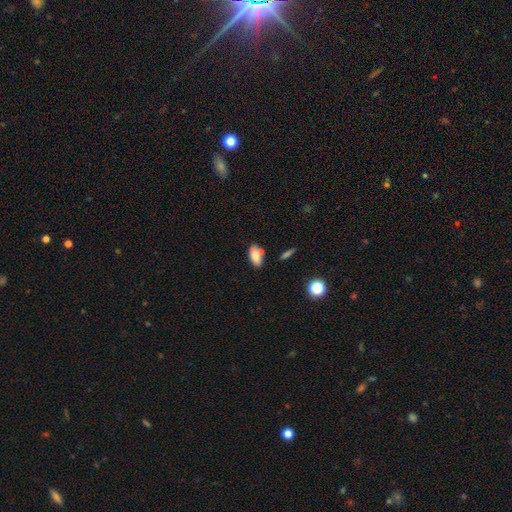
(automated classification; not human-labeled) This appears to be a smooth galaxy with no disk features (79%) that is in between round and cigar-shaped (88%). Merging: none (62%).